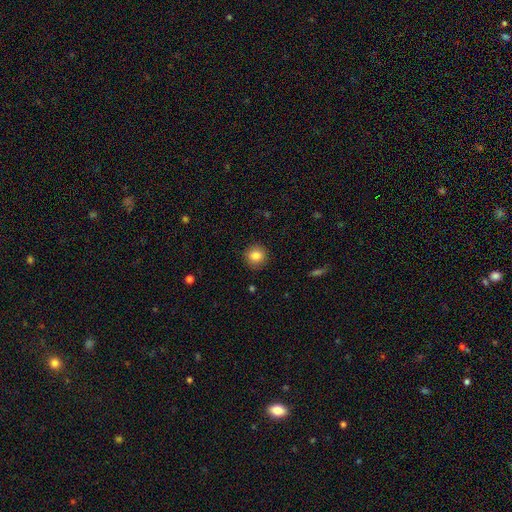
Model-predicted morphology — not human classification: Smooth or featured?
  - smooth: 84% *
  - star or artifact: 9%
  - featured or disk: 6%
How rounded?
  - round: 93% *
  - in between: 6%
  - cigar-shaped: 1%
Merging?
  - none: 90% *
  - minor disturbance: 7%
  - major disturbance: 2%
  - merger: 1%